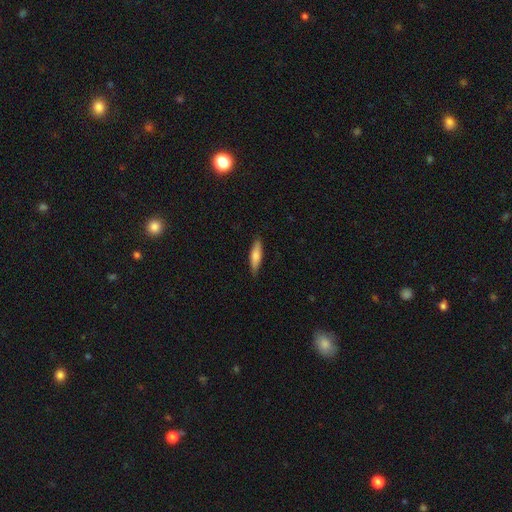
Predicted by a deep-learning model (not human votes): Smooth or featured? smooth (71%)
How rounded? cigar-shaped (68%)
Merging? none (85%)